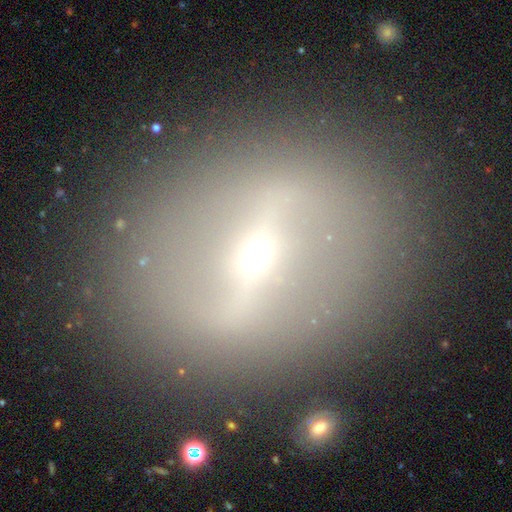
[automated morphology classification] A featured or disk galaxy (76%) with a strong bar (67%), no spiral arms (68%) and a small central bulge (82%).

Vote fractions:
- Smooth or featured? featured or disk: 76% / smooth: 14% / star or artifact: 10%
- Edge-on disk? no: 86% / yes: 14%
- Bar? strong: 67% / weak: 22% / no: 11%
- Spiral arms? no: 68% / yes: 32%
- Bulge size? small: 82% / moderate: 14% / dominant: 1% / large: 1% / none: 1%
- Merging? none: 88% / minor disturbance: 8% / major disturbance: 4% / merger: 1%